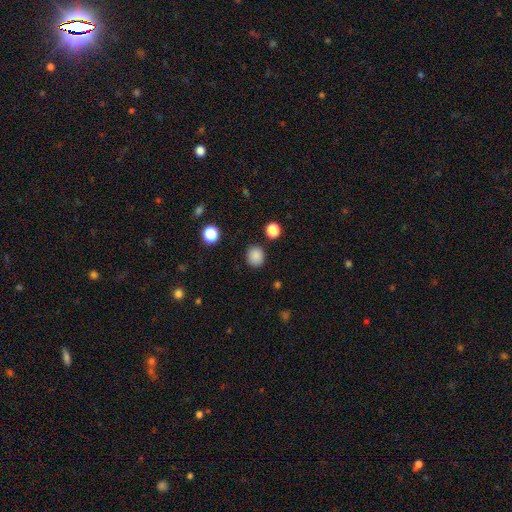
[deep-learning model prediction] A smooth galaxy with no disk features (86%) that is round (78%).

Vote fractions:
- Smooth or featured? smooth: 86% / star or artifact: 11% / featured or disk: 3%
- How rounded? round: 78% / in between: 22% / cigar-shaped: 1%
- Merging? none: 87% / minor disturbance: 8% / major disturbance: 3% / merger: 2%